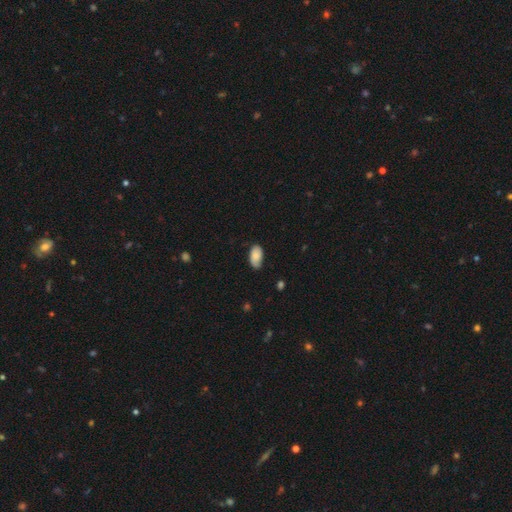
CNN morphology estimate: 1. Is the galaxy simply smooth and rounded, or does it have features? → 81% smooth, 12% featured or disk, 7% star or artifact.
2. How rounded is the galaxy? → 95% in between, 3% round, 2% cigar-shaped.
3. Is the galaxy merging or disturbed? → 70% none, 24% minor disturbance, 4% major disturbance, 1% merger.